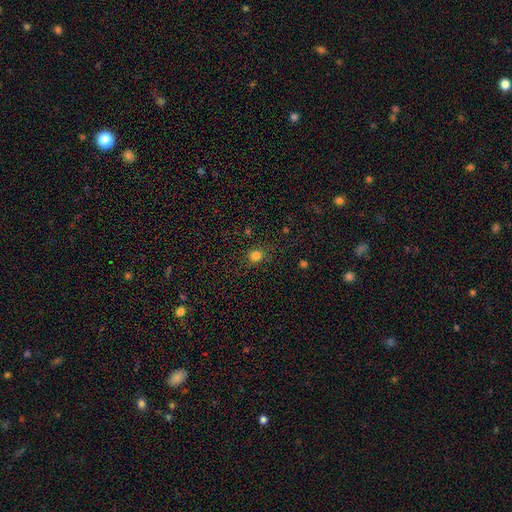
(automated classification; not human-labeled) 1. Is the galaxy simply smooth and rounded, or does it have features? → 80% smooth, 15% star or artifact, 5% featured or disk.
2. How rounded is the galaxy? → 82% round, 17% in between, 1% cigar-shaped.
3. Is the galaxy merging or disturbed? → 84% none, 11% minor disturbance, 4% major disturbance, 2% merger.